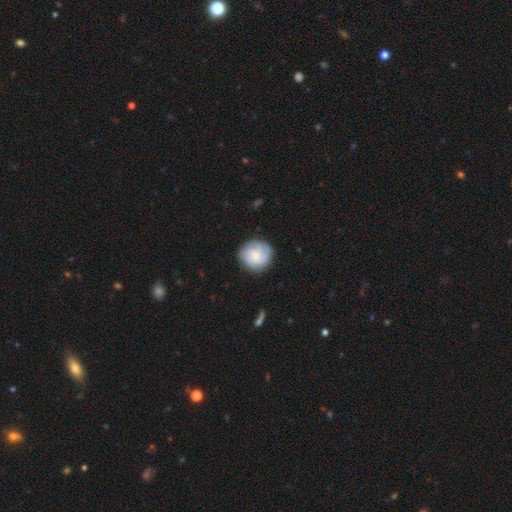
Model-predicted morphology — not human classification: A smooth galaxy with no disk features (46%, tied with featured or disk). Merging: none (80%).